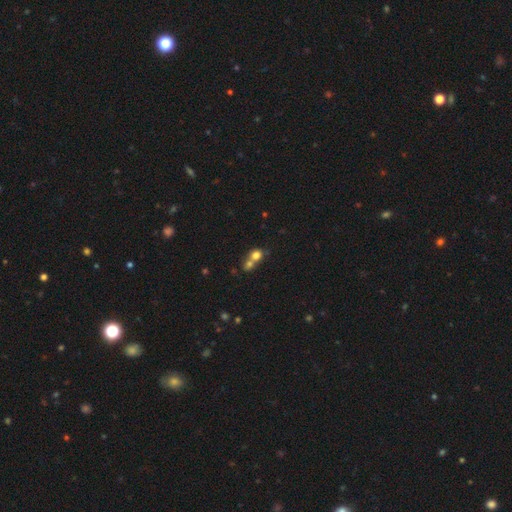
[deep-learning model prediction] A smooth galaxy with no disk features (73%) that is round (76%). Merging: merger (61%).